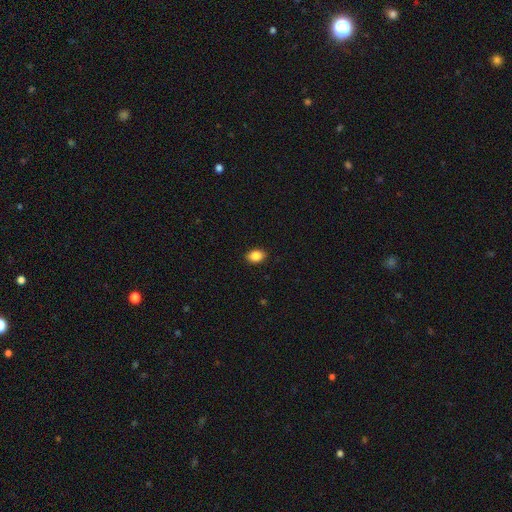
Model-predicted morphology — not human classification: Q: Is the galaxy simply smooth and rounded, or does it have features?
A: smooth — 87%.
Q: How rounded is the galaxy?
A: in between — 79%.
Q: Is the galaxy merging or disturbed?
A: none — 90%.